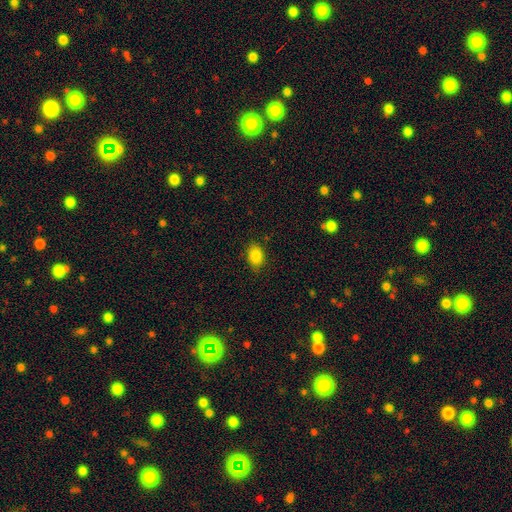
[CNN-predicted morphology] A smooth galaxy with no disk features (85%) that is in between round and cigar-shaped (75%).

Vote fractions:
- Smooth or featured? smooth: 85% / star or artifact: 10% / featured or disk: 5%
- How rounded? in between: 75% / round: 23% / cigar-shaped: 1%
- Merging? none: 83% / minor disturbance: 13% / major disturbance: 3% / merger: 1%